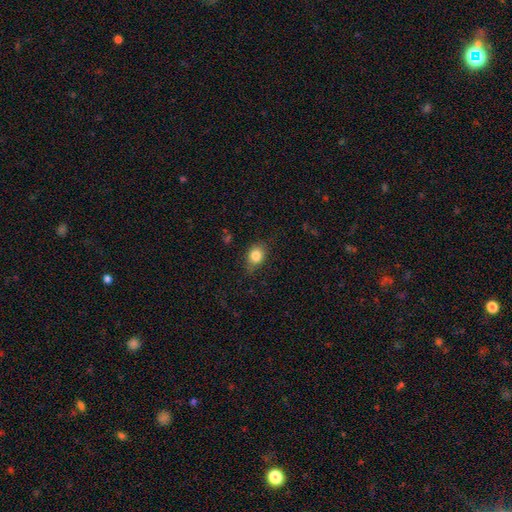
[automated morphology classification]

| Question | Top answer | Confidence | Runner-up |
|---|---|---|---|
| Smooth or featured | smooth | 82% | star or artifact (10%) |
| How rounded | in between | 53% | round (45%) |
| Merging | none | 72% | minor disturbance (21%) |